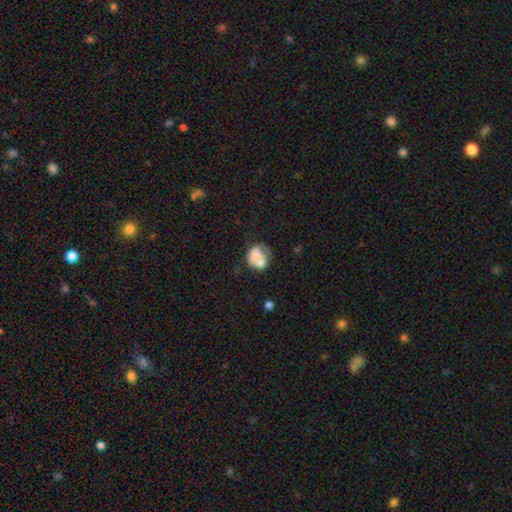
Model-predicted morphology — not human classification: smooth-or-featured: smooth: 64% | featured or disk: 28% | star or artifact: 9%
  how-rounded: round: 61% | in between: 38% | cigar-shaped: 1%
  merging: merger: 45% | none: 27% | minor disturbance: 16% | major disturbance: 12%